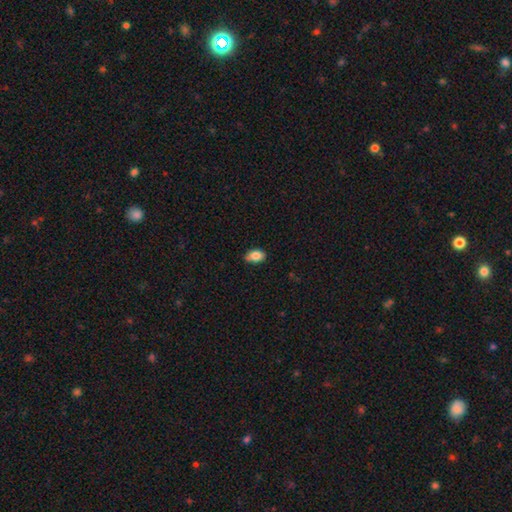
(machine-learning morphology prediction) A smooth galaxy with no disk features (86%) that is in between round and cigar-shaped (88%). Merging: none (78%).